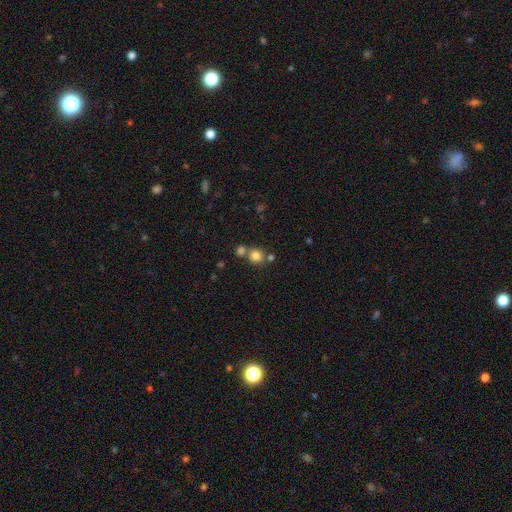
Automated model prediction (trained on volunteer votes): Smooth or featured: smooth — 81% (star or artifact — 13%)
How rounded: round — 85% (in between — 14%)
Merging: none — 61% (merger — 27%)